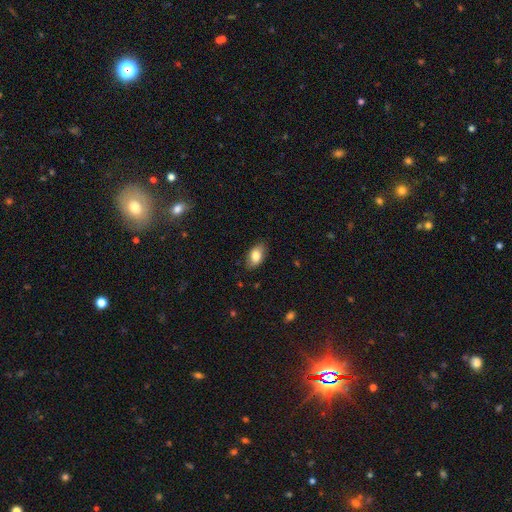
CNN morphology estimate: Q: Smooth or featured?
A: smooth (81%); runner-up: featured or disk (12%)
Q: How rounded?
A: in between (91%); runner-up: round (7%)
Q: Merging?
A: none (83%); runner-up: minor disturbance (13%)